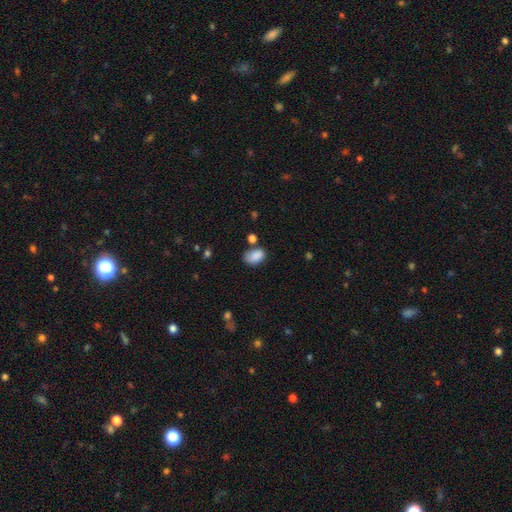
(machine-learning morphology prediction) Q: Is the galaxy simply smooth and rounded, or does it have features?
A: smooth — 85%.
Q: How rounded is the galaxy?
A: in between — 84%.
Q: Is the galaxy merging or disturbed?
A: none — 54%.